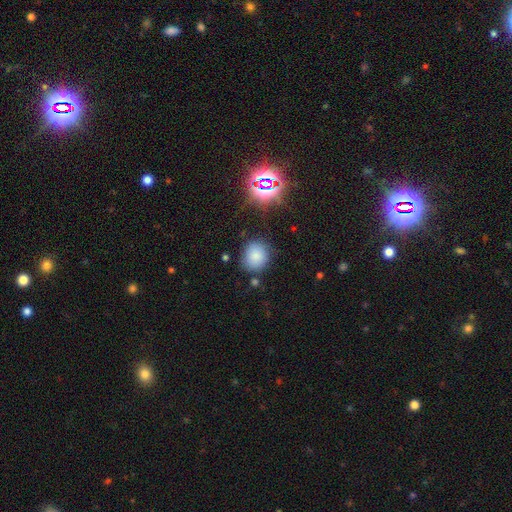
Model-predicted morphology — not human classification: Smooth or featured: smooth — 79% (star or artifact — 14%)
How rounded: round — 79% (in between — 20%)
Merging: none — 78% (minor disturbance — 14%)